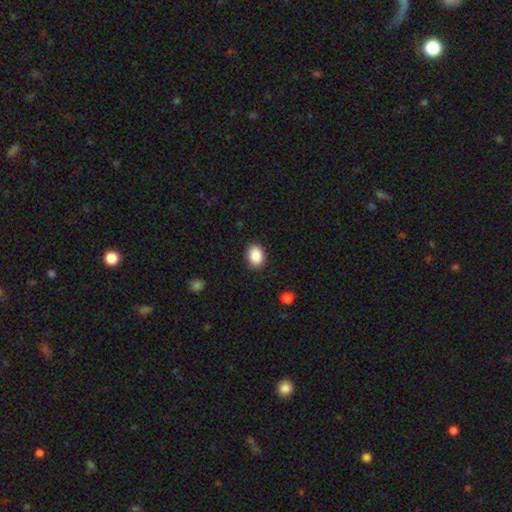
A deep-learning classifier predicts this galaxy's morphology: Smooth or featured? smooth (89%)
How rounded? in between (65%)
Merging? none (88%)